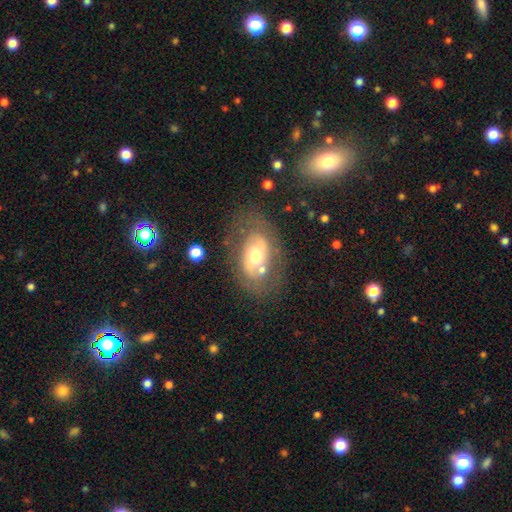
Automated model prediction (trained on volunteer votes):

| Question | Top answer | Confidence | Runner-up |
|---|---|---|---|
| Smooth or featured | featured or disk | 59% | smooth (33%) |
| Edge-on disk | no | 93% | yes (7%) |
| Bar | no | 62% | weak (26%) |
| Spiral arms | no | 54% | yes (46%) |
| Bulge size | moderate | 69% | large (15%) |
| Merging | none | 63% | minor disturbance (18%) |